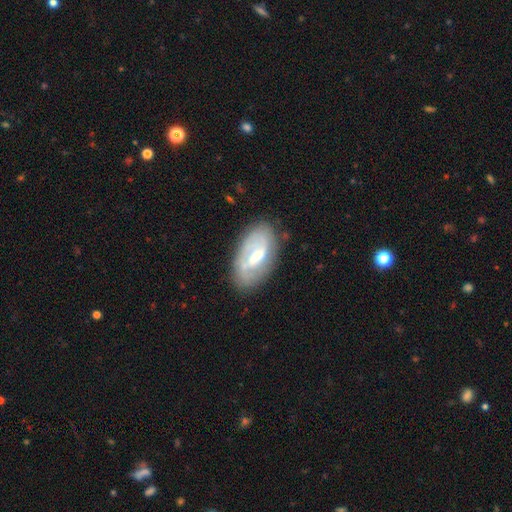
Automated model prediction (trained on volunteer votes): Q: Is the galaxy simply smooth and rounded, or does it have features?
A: featured or disk — 66%.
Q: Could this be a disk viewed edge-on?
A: no — 93%.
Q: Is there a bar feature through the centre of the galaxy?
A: weak — 51%.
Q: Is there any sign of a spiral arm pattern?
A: yes — 77%.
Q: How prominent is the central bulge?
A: moderate — 50%.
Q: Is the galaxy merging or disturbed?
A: none — 70%.